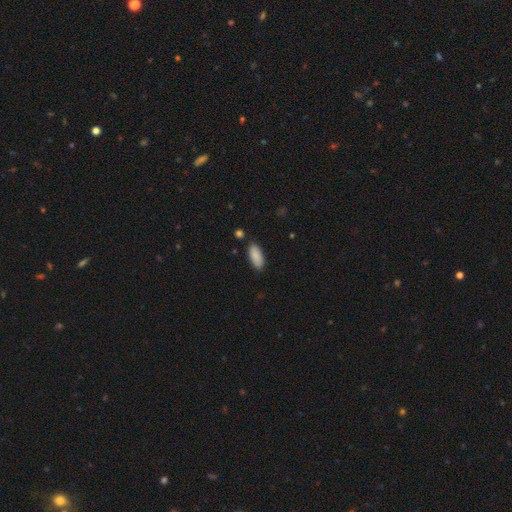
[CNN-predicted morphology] A smooth galaxy with no disk features (89%) that is in between round and cigar-shaped (85%).

Vote fractions:
- Smooth or featured? smooth: 89% / star or artifact: 6% / featured or disk: 4%
- How rounded? in between: 85% / cigar-shaped: 13% / round: 2%
- Merging? none: 85% / minor disturbance: 10% / merger: 3% / major disturbance: 2%